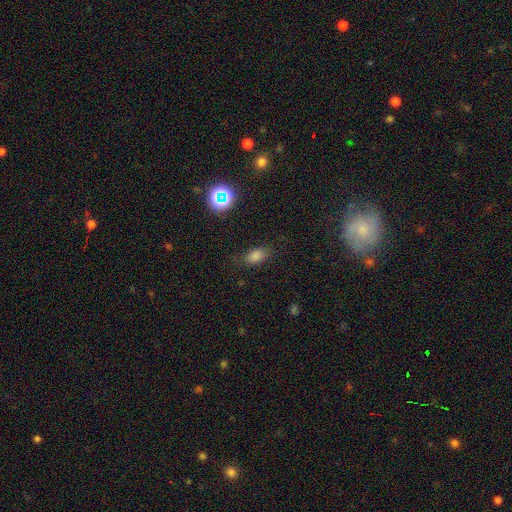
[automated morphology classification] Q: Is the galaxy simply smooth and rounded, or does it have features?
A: smooth — 74%.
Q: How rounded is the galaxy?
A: in between — 86%.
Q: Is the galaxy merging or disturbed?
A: none — 80%.